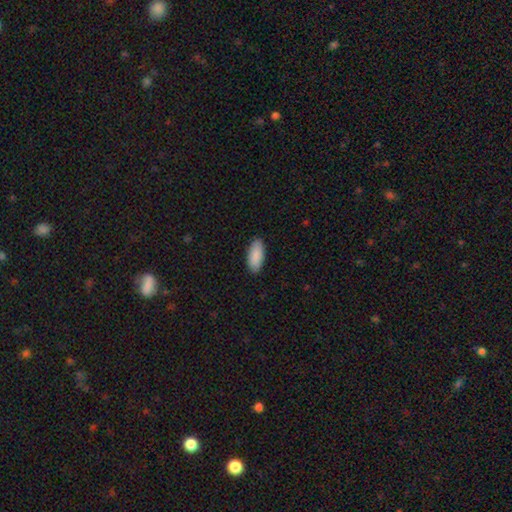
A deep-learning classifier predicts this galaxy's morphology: Smooth or featured?
  - smooth: 91% *
  - star or artifact: 5%
  - featured or disk: 4%
How rounded?
  - in between: 88% *
  - cigar-shaped: 11%
  - round: 2%
Merging?
  - none: 89% *
  - minor disturbance: 8%
  - major disturbance: 2%
  - merger: 1%